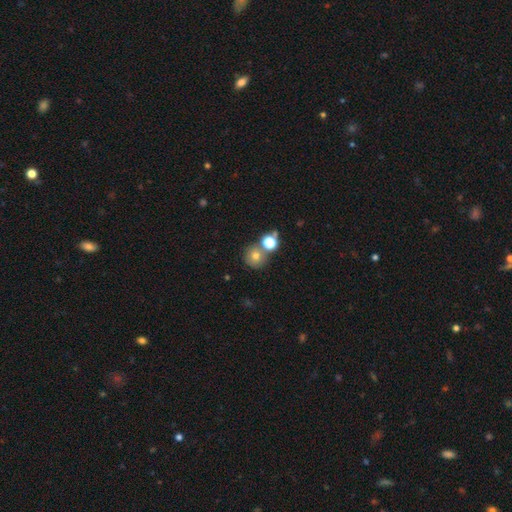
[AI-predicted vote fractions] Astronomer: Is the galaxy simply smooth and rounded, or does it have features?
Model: smooth — 73%.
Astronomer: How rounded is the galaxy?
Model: round — 89%.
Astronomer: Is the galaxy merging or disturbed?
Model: none — 62%.